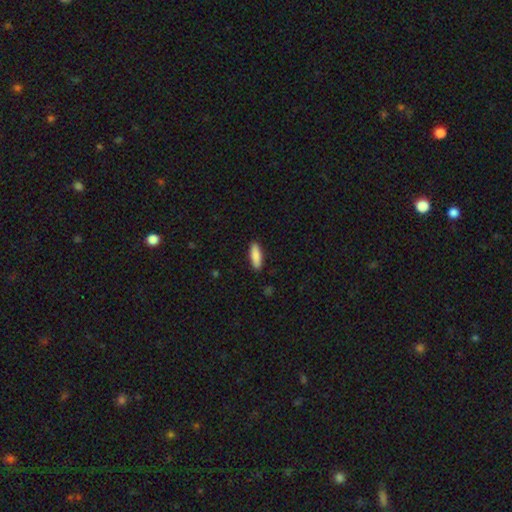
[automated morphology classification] smooth_or_featured: smooth (p=0.85) [alt: featured or disk p=0.09]
how_rounded: cigar-shaped (p=0.52) [alt: in between p=0.47]
merging: none (p=0.90) [alt: minor disturbance p=0.08]